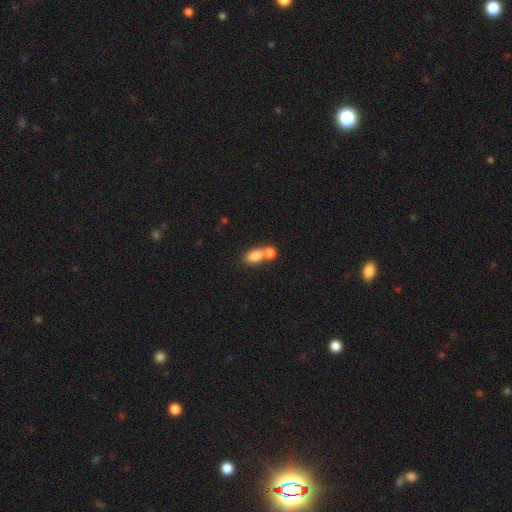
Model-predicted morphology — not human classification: This appears to be a smooth galaxy with no disk features (82%) that is in between round and cigar-shaped (81%). Merging: merger (57%).